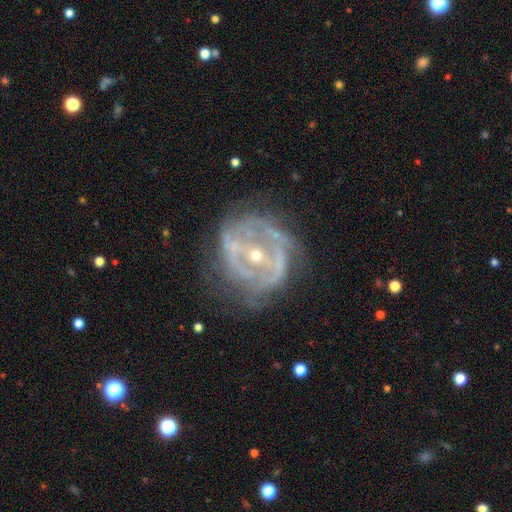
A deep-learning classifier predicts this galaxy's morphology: Smooth or featured: featured or disk — 82% (smooth — 10%)
Edge-on disk: no — 96% (yes — 4%)
Bar: strong — 37% (weak — 32%)
Spiral arms: yes — 67% (no — 33%)
Spiral winding: tight — 49% (medium — 34%)
Spiral arm count: 2 — 38% (tied with can't tell — 38%)
Bulge size: small — 64% (moderate — 32%)
Merging: none — 54% (minor disturbance — 24%)